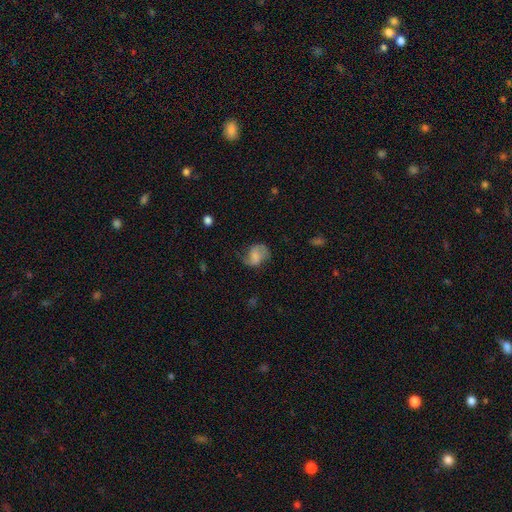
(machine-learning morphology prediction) A smooth galaxy with no disk features (46%).

Vote fractions:
- Smooth or featured? smooth: 46% / featured or disk: 45% / star or artifact: 9%
- Merging? none: 50% / minor disturbance: 28% / major disturbance: 20% / merger: 2%